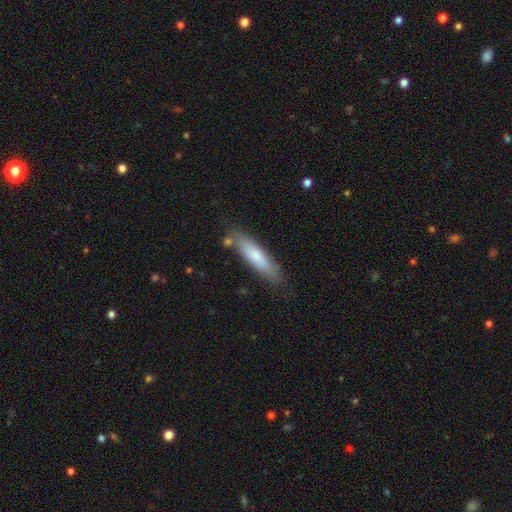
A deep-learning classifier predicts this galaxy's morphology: A smooth galaxy with no disk features (72%) that is cigar-shaped (72%).

Vote fractions:
- Smooth or featured? smooth: 72% / featured or disk: 22% / star or artifact: 6%
- How rounded? cigar-shaped: 72% / in between: 27% / round: 1%
- Merging? none: 77% / minor disturbance: 15% / merger: 5% / major disturbance: 3%